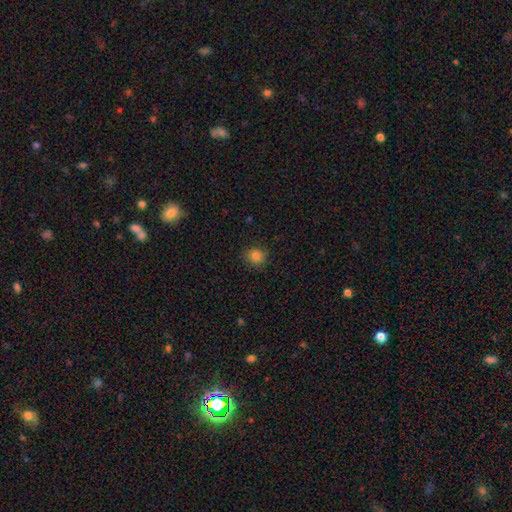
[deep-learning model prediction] Smooth or featured? smooth (82%)
How rounded? round (83%)
Merging? none (85%)